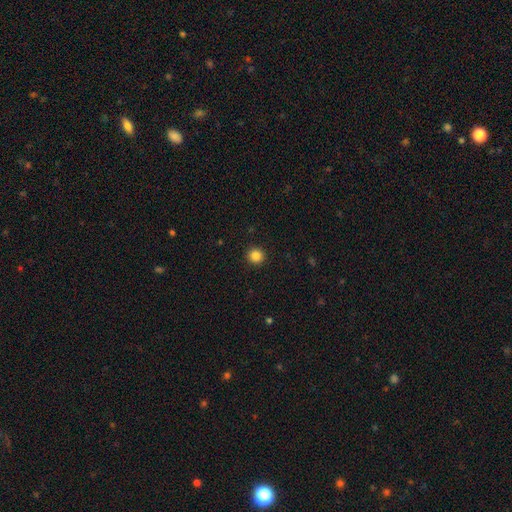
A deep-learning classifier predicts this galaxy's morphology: Smooth or featured: smooth — 85% (star or artifact — 11%)
How rounded: round — 93% (in between — 6%)
Merging: none — 93% (minor disturbance — 4%)